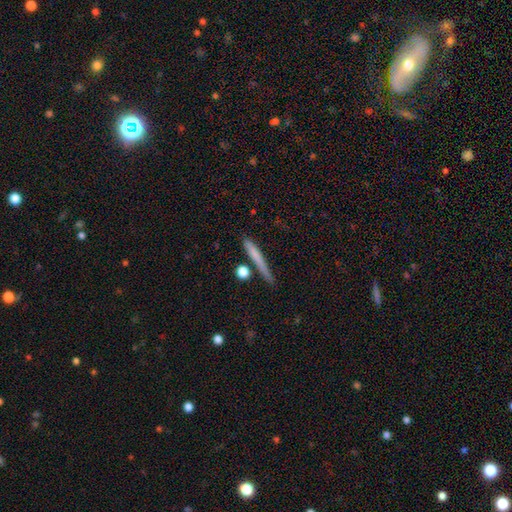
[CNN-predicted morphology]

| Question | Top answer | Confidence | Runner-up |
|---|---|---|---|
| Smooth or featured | smooth | 66% | featured or disk (26%) |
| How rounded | cigar-shaped | 90% | in between (6%) |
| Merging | none | 72% | minor disturbance (15%) |